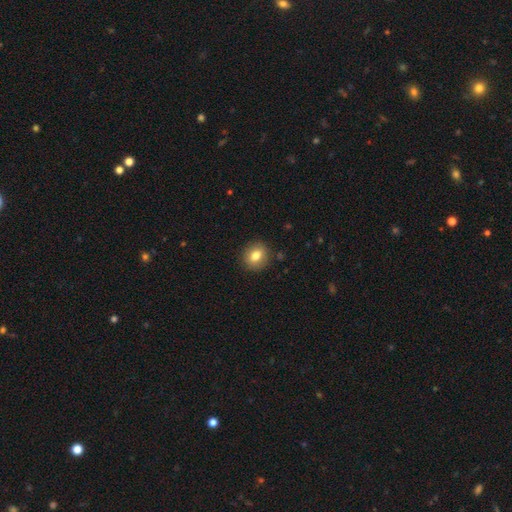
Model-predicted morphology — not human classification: Q: Smooth or featured?
A: smooth (80%); runner-up: featured or disk (11%)
Q: How rounded?
A: round (71%); runner-up: in between (28%)
Q: Merging?
A: none (88%); runner-up: minor disturbance (8%)